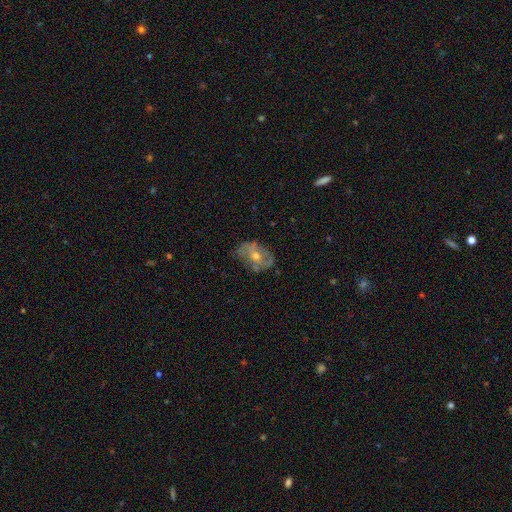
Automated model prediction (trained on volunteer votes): A featured or disk galaxy (61%) with no bar (64%), spiral arms (57%) and a moderate central bulge (62%). Merging: none (65%).